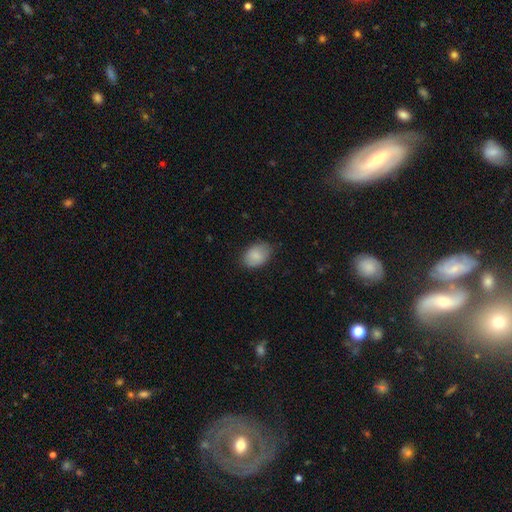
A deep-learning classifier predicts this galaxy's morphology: Smooth or featured? smooth (86%)
How rounded? in between (82%)
Merging? none (80%)